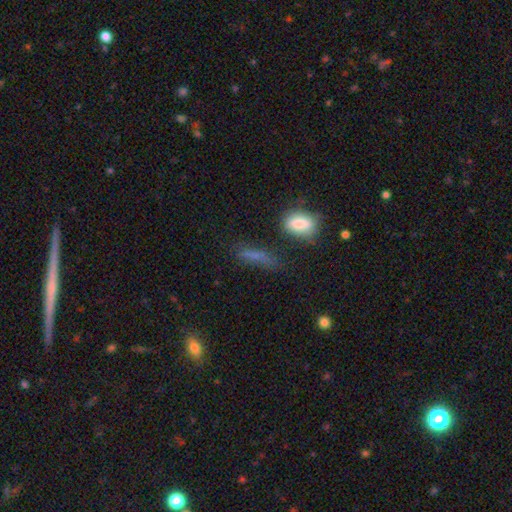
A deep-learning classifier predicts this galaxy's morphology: A smooth galaxy with no disk features (65%) that is cigar-shaped (64%). Merging: none (57%).